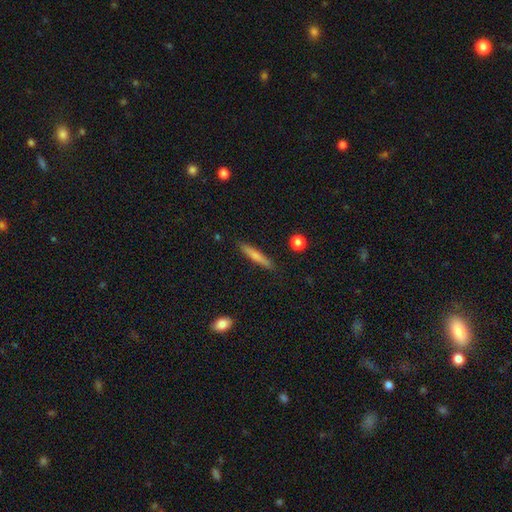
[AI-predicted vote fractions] smooth_or_featured: smooth (p=0.70) [alt: featured or disk p=0.24]
how_rounded: cigar-shaped (p=0.92) [alt: in between p=0.06]
merging: none (p=0.89) [alt: minor disturbance p=0.08]